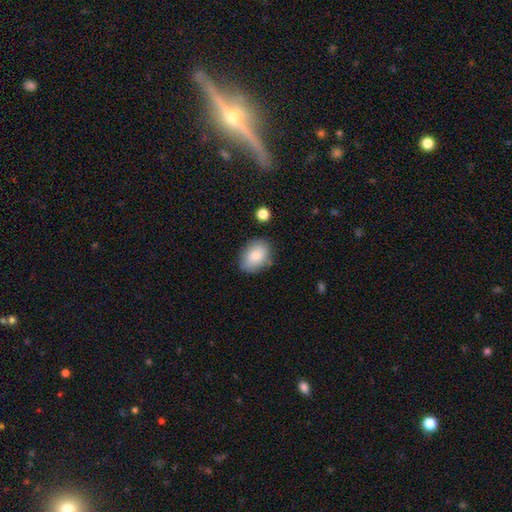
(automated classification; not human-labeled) smooth 82%, featured or disk 11%, star or artifact 7%. Down the decision tree: how rounded — in between (75%); merging — none (79%).